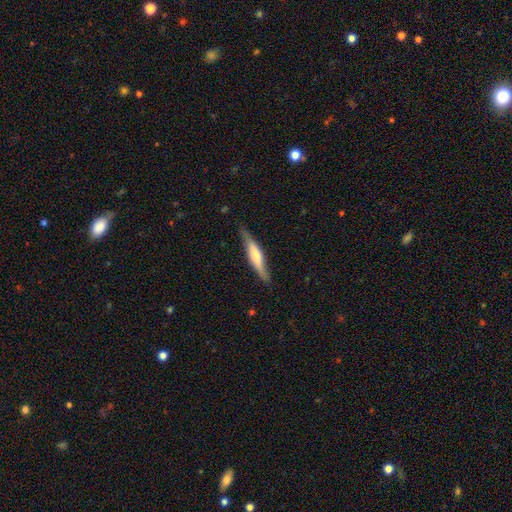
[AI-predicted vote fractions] Smooth or featured?
  - featured or disk: 50% *
  - smooth: 44%
  - star or artifact: 5%
Edge-on disk?
  - yes: 84% *
  - no: 16%
Merging?
  - none: 78% *
  - minor disturbance: 18%
  - major disturbance: 3%
  - merger: 1%